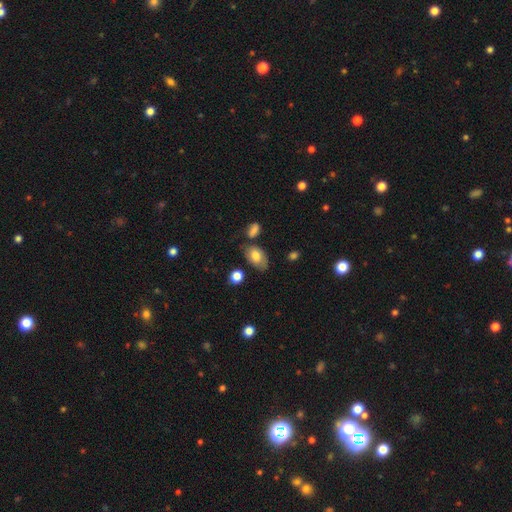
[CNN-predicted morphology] The model was most divided on "merging": none: 60%, minor disturbance: 25%, merger: 8%, major disturbance: 7%. More confident: how rounded — in between (90%); smooth or featured — smooth (76%).